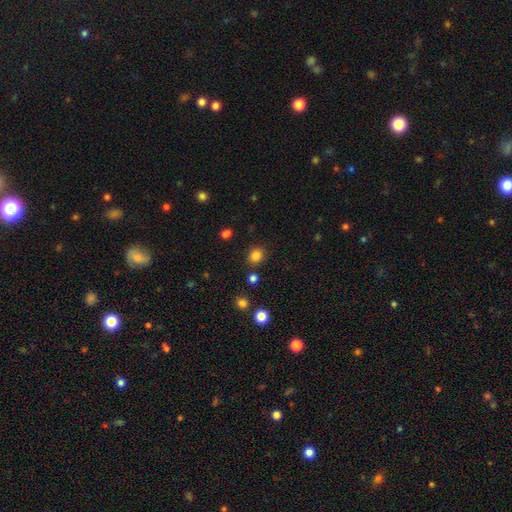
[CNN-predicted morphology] smooth 83%, star or artifact 13%, featured or disk 5%. Down the decision tree: how rounded — round (76%); merging — none (86%).